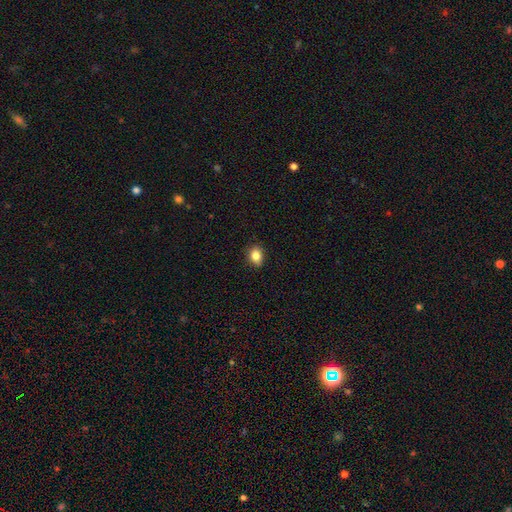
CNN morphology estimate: type=smooth (84%); roundness=in between (57%); merging=none (86%).